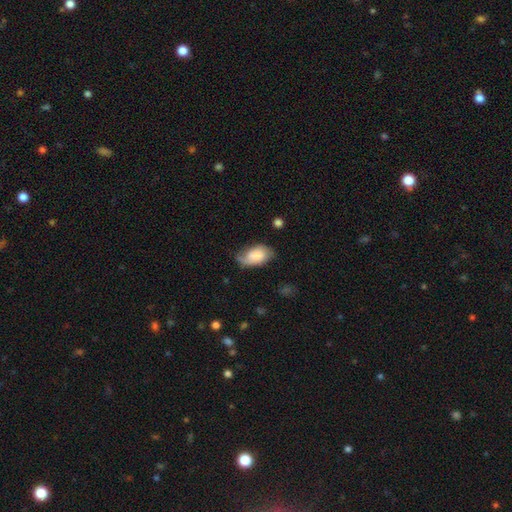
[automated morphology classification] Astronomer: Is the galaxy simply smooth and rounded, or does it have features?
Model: smooth — 63%.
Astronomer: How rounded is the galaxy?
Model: in between — 93%.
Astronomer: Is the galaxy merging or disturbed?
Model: none — 52% (runner-up: minor disturbance, 33%).